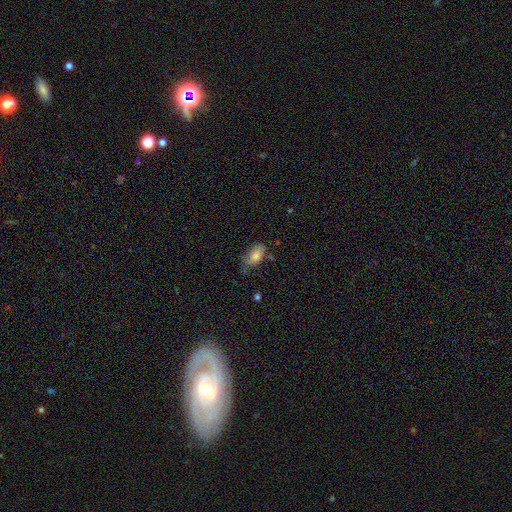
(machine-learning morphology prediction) smooth 77%, featured or disk 15%, star or artifact 8%. Down the decision tree: how rounded — in between (91%); merging — none (50%).